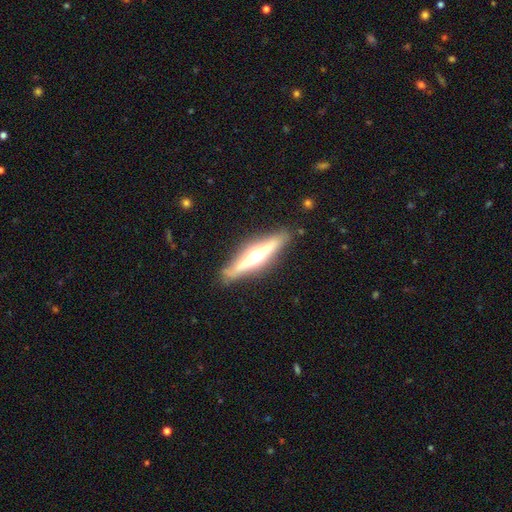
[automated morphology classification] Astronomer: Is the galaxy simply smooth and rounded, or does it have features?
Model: featured or disk — 74%.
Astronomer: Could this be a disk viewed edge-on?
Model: yes — 96%.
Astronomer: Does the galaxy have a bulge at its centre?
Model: rounded — 91%.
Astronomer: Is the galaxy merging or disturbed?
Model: none — 87%.